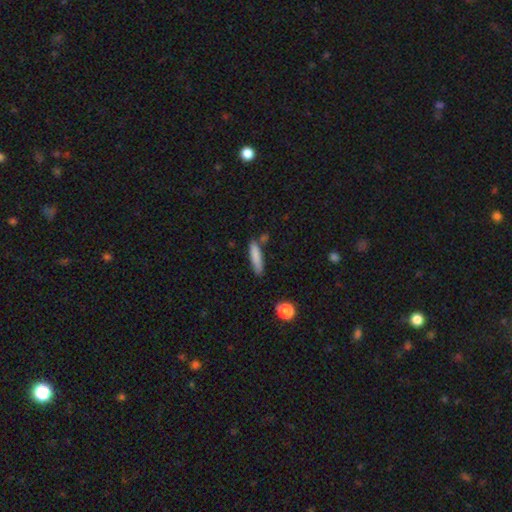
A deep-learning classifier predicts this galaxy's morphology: Q: Smooth or featured?
A: smooth (82%); runner-up: featured or disk (10%)
Q: How rounded?
A: cigar-shaped (80%); runner-up: in between (18%)
Q: Merging?
A: none (74%); runner-up: minor disturbance (16%)